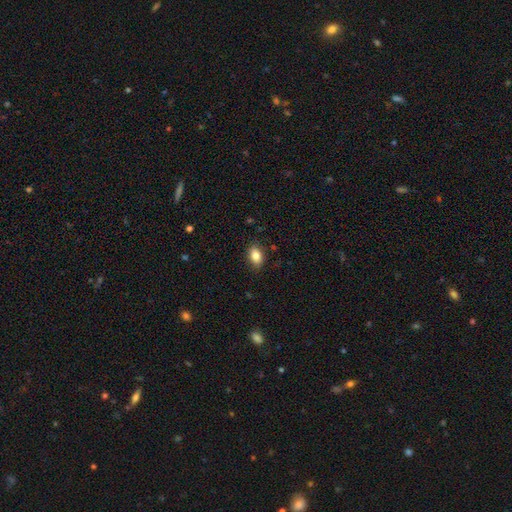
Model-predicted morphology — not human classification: smooth 85%, star or artifact 8%, featured or disk 6%. Down the decision tree: how rounded — in between (87%); merging — none (85%).